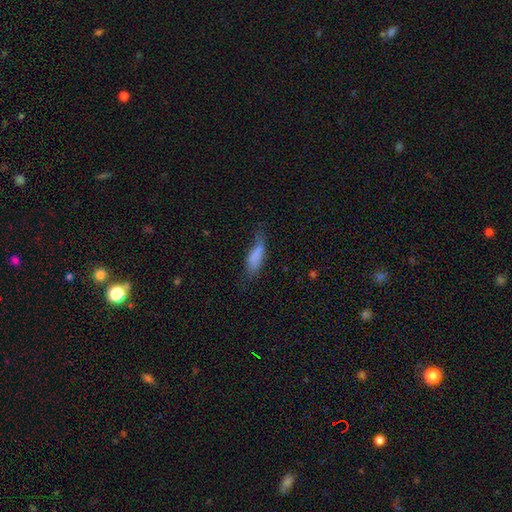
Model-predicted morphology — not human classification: Q: Smooth or featured?
A: smooth (75%); runner-up: featured or disk (16%)
Q: How rounded?
A: in between (58%); runner-up: cigar-shaped (39%)
Q: Merging?
A: none (38%); runner-up: minor disturbance (35%)